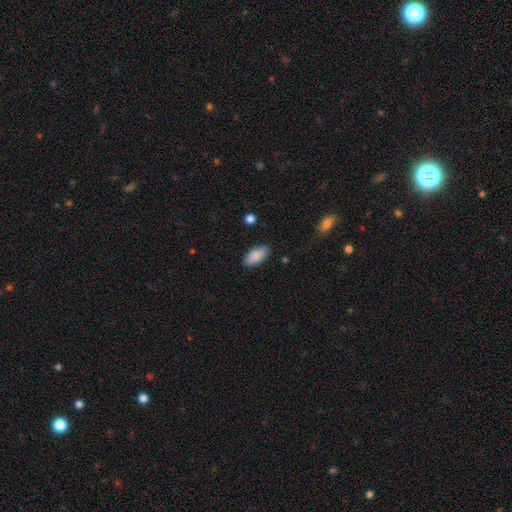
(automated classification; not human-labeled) Q: Smooth or featured?
A: smooth (89%); runner-up: star or artifact (6%)
Q: How rounded?
A: in between (93%); runner-up: cigar-shaped (5%)
Q: Merging?
A: none (88%); runner-up: minor disturbance (9%)